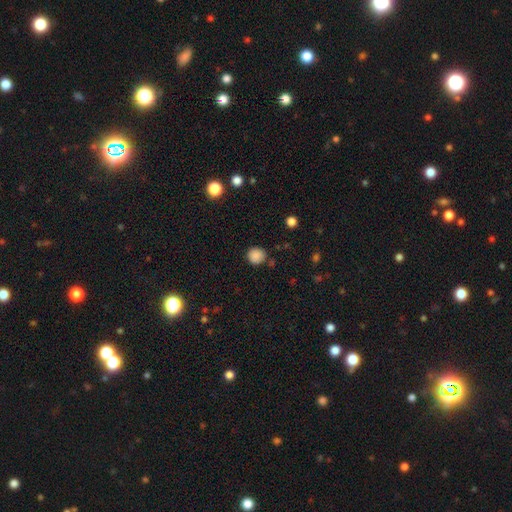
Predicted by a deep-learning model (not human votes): The model was most divided on "merging": none: 81%, minor disturbance: 13%, major disturbance: 3%, merger: 3%. More confident: how rounded — round (89%); smooth or featured — smooth (86%).